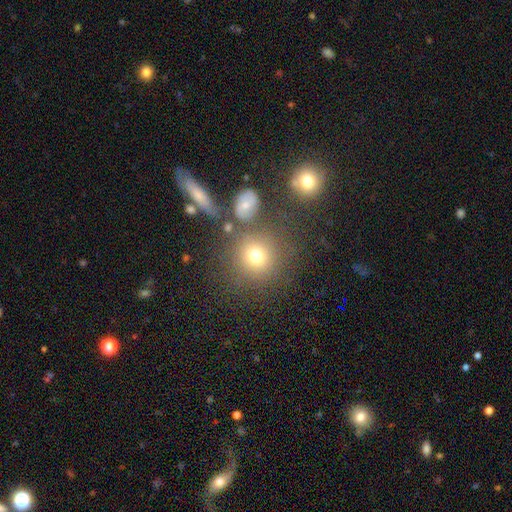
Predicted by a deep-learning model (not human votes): This appears to be a smooth galaxy with no disk features (73%) that is round (89%). Merging: none (74%).